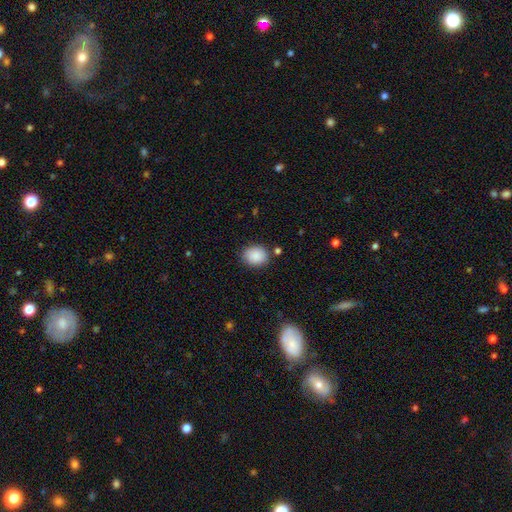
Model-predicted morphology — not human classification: This appears to be a smooth galaxy with no disk features (88%) that is round (58%). Merging: none (82%).